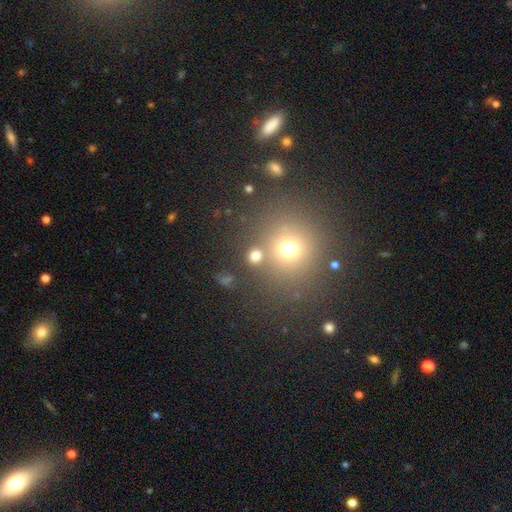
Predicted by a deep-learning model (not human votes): This is likely a smooth galaxy (72%). How rounded: clearly round (85%). Merging: likely none (72%).